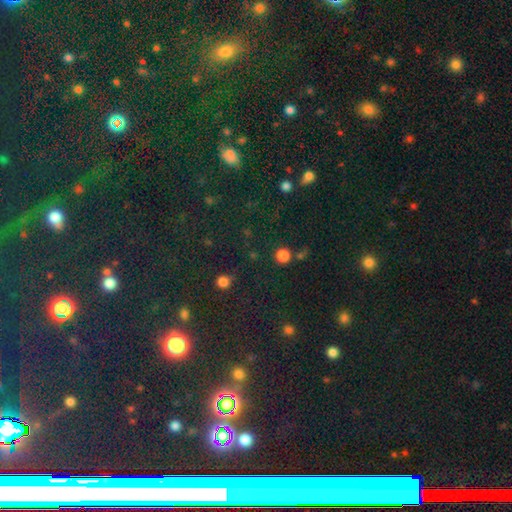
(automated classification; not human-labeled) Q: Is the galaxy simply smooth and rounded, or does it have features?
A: star or artifact — 70%.